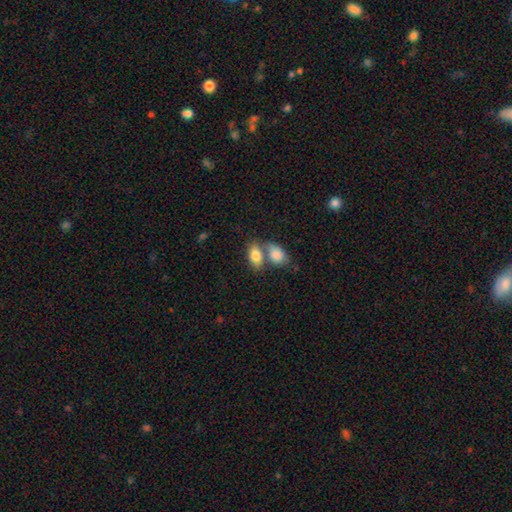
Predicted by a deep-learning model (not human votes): smooth_or_featured: smooth (p=0.81) [alt: featured or disk p=0.12]
how_rounded: in between (p=0.89) [alt: round p=0.08]
merging: merger (p=0.52) [alt: none p=0.35]